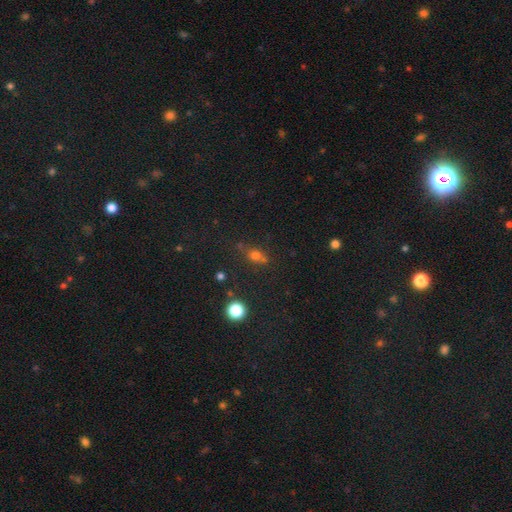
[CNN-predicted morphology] A smooth galaxy with no disk features (60%) that is round (59%).

Vote fractions:
- Smooth or featured? smooth: 60% / star or artifact: 25% / featured or disk: 15%
- How rounded? round: 59% / in between: 34% / cigar-shaped: 6%
- Merging? none: 57% / merger: 23% / minor disturbance: 14% / major disturbance: 6%